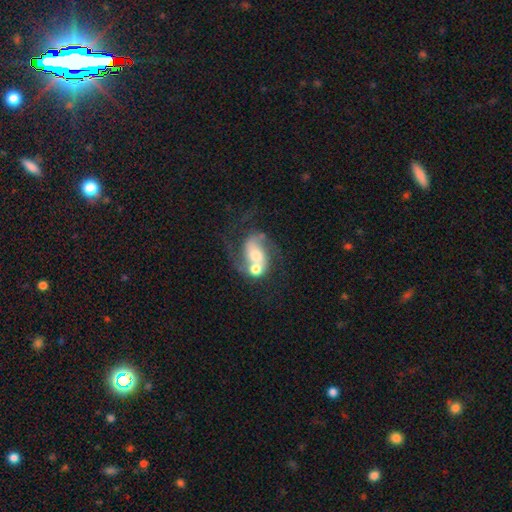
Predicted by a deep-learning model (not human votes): smooth_or_featured: featured or disk (p=0.68) [alt: smooth p=0.23]
disk_edge_on: no (p=0.97) [alt: yes p=0.03]
bar: no (p=0.57) [alt: weak p=0.31]
has_spiral_arms: yes (p=0.84) [alt: no p=0.16]
spiral_winding: loose (p=0.46) [alt: medium p=0.42]
spiral_arm_count: 2 (p=0.79) [alt: 1 p=0.10]
bulge_size: moderate (p=0.51) [alt: large p=0.21]
merging: merger (p=0.44) [alt: none p=0.28]